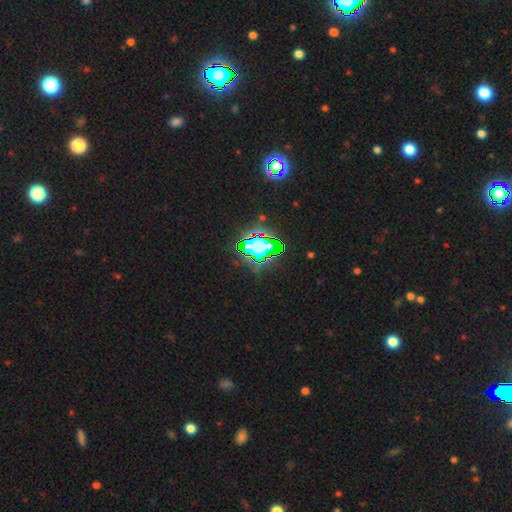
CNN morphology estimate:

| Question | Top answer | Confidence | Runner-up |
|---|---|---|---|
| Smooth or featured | star or artifact | 80% | smooth (12%) |